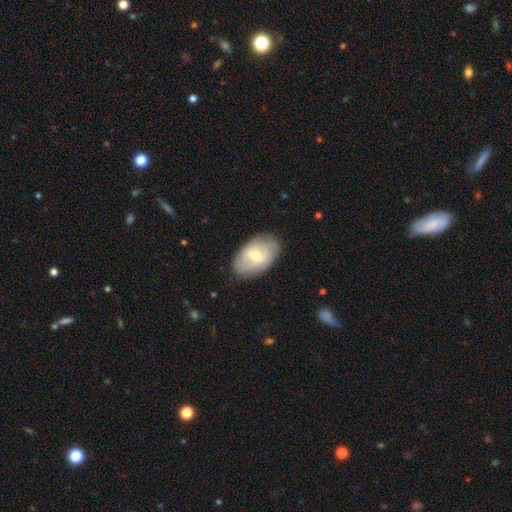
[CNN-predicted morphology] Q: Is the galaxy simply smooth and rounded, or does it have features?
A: featured or disk — 49%.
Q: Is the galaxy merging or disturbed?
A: none — 79%.